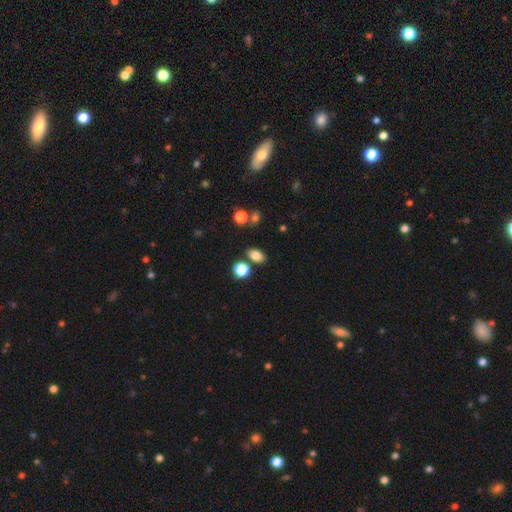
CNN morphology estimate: Q: Smooth or featured?
A: smooth (82%); runner-up: star or artifact (11%)
Q: How rounded?
A: in between (81%); runner-up: round (17%)
Q: Merging?
A: none (77%); runner-up: minor disturbance (10%)